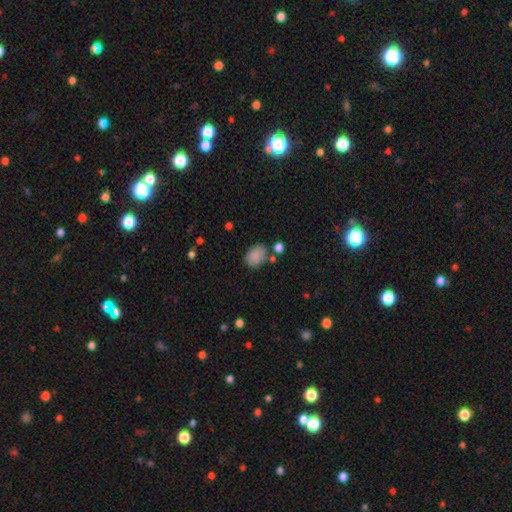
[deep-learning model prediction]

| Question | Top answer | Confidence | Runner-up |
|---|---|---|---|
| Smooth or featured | smooth | 86% | star or artifact (8%) |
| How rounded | in between | 77% | round (22%) |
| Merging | none | 73% | minor disturbance (15%) |